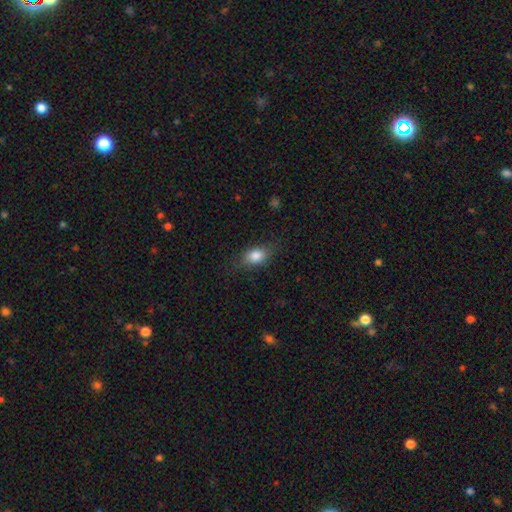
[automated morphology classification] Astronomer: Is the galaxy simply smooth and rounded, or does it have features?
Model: smooth — 80%.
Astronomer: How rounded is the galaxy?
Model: in between — 76%.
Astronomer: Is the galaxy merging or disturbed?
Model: none — 74%.